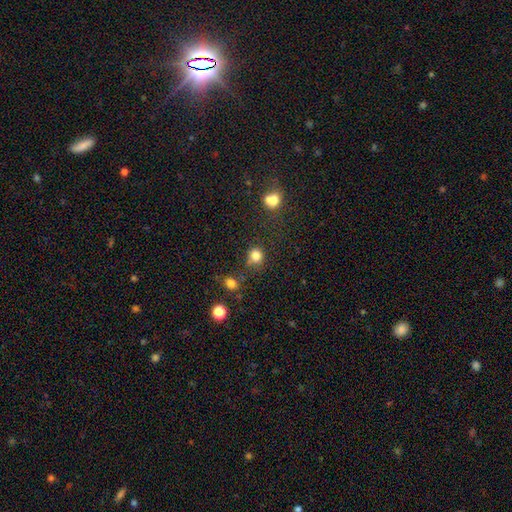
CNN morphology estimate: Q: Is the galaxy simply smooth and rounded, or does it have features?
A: smooth — 81%.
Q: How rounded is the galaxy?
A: round — 81%.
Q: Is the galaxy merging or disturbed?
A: none — 67%.